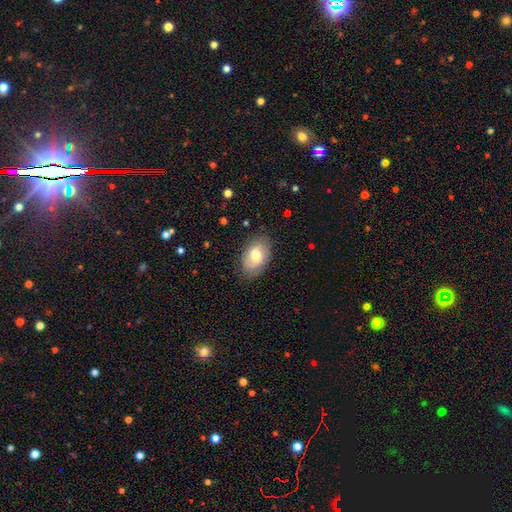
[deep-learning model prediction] smooth-or-featured: smooth: 66% | featured or disk: 27% | star or artifact: 7%
  how-rounded: in between: 90% | round: 9% | cigar-shaped: 1%
  merging: none: 82% | minor disturbance: 14% | major disturbance: 3% | merger: 1%